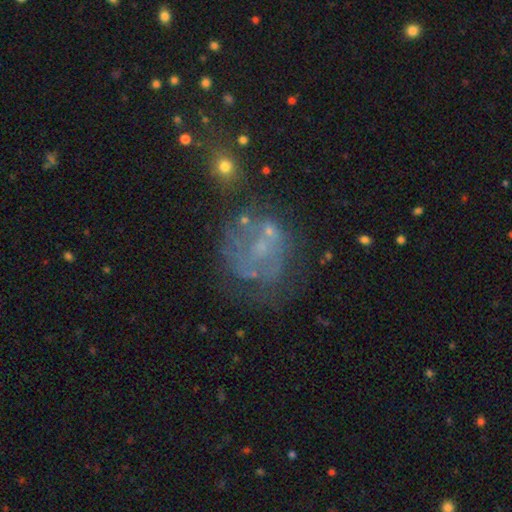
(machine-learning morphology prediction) Overall: featured or disk (60%; smooth 25%). Edge-on disk: no (98%). Bar: no (79%). Spiral arms: no (60%; yes 40%). Bulge size: none (47%; small 36%). Merging: none (46%; major disturbance 24%).